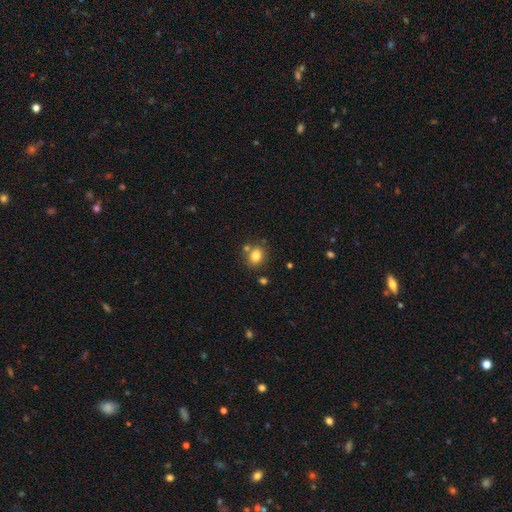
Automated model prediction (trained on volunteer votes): smooth-or-featured: smooth: 80% | star or artifact: 11% | featured or disk: 9%
  how-rounded: round: 55% | in between: 44% | cigar-shaped: 1%
  merging: none: 72% | merger: 13% | minor disturbance: 12% | major disturbance: 4%